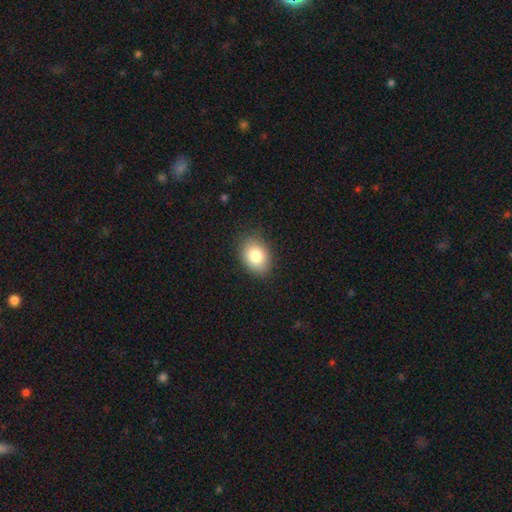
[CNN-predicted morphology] Smooth or featured?
  - smooth: 82% *
  - featured or disk: 9%
  - star or artifact: 8%
How rounded?
  - in between: 73% *
  - round: 26%
  - cigar-shaped: 1%
Merging?
  - none: 86% *
  - minor disturbance: 10%
  - major disturbance: 3%
  - merger: 1%